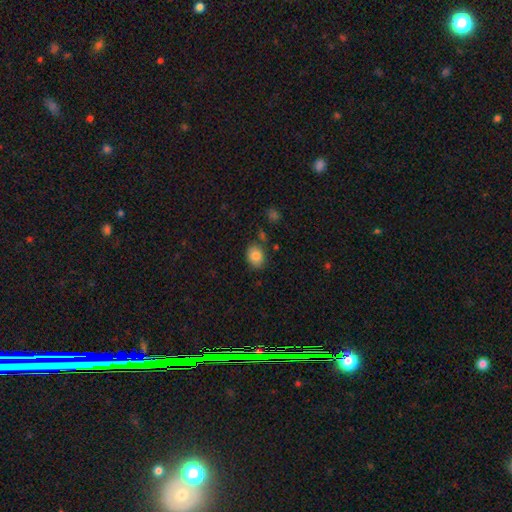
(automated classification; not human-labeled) The model was most divided on "how rounded": in between: 53%, round: 47%, cigar-shaped: 1%. More confident: smooth or featured — smooth (84%); merging — none (80%).